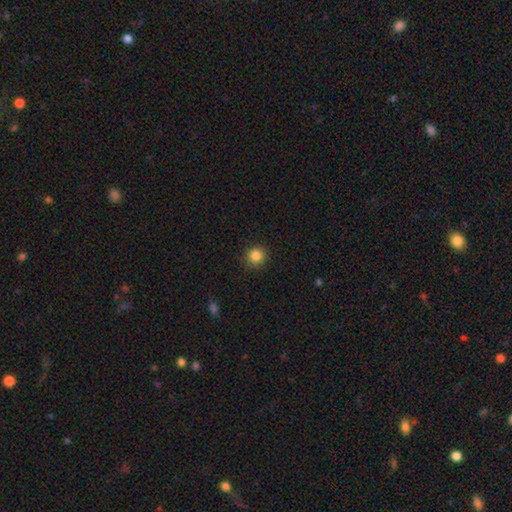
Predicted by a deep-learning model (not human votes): This appears to be a smooth galaxy with no disk features (85%) that is round (92%). Merging: none (89%).